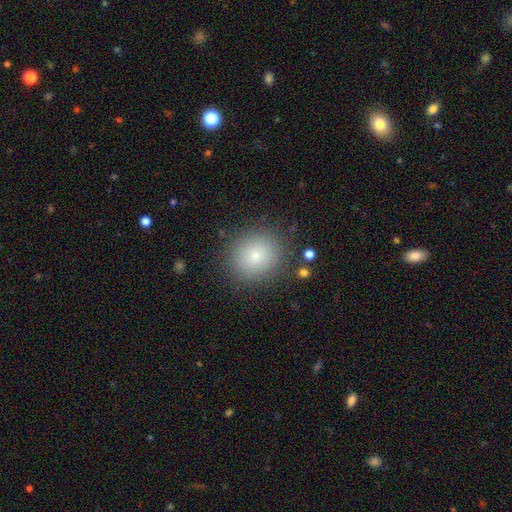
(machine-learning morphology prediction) A smooth galaxy with no disk features (79%) that is round (85%).

Vote fractions:
- Smooth or featured? smooth: 79% / star or artifact: 12% / featured or disk: 9%
- How rounded? round: 85% / in between: 14% / cigar-shaped: 1%
- Merging? none: 86% / minor disturbance: 9% / major disturbance: 4% / merger: 2%